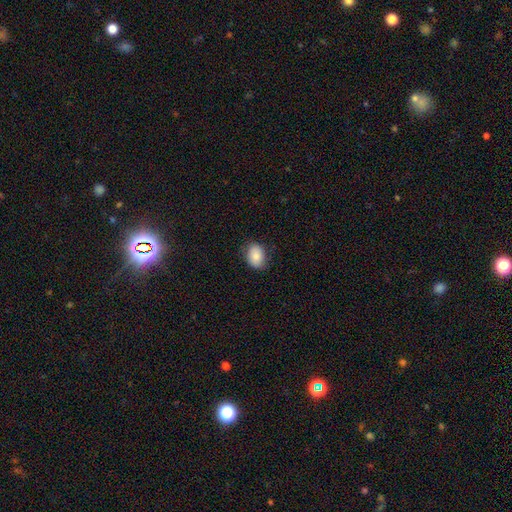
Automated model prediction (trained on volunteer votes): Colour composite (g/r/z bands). It shows a smooth galaxy with no disk features (84%) that is in between round and cigar-shaped (76%). Merging: none (80%).